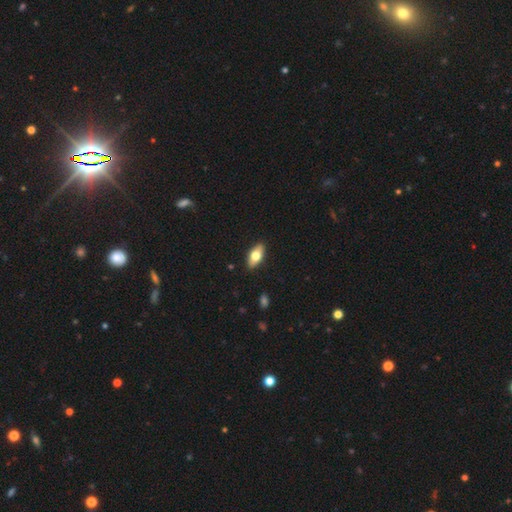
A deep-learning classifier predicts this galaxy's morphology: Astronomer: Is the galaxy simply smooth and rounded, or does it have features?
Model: smooth — 67%.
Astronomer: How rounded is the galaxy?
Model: in between — 84%.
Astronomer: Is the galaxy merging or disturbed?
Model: none — 89%.